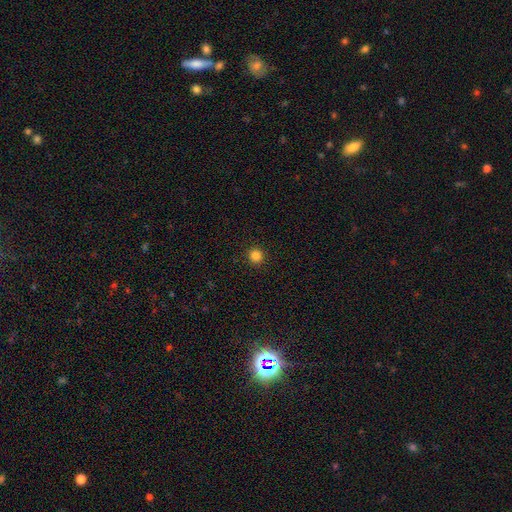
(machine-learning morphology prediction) Q: Smooth or featured?
A: smooth (84%); runner-up: star or artifact (13%)
Q: How rounded?
A: round (94%); runner-up: in between (5%)
Q: Merging?
A: none (93%); runner-up: minor disturbance (4%)